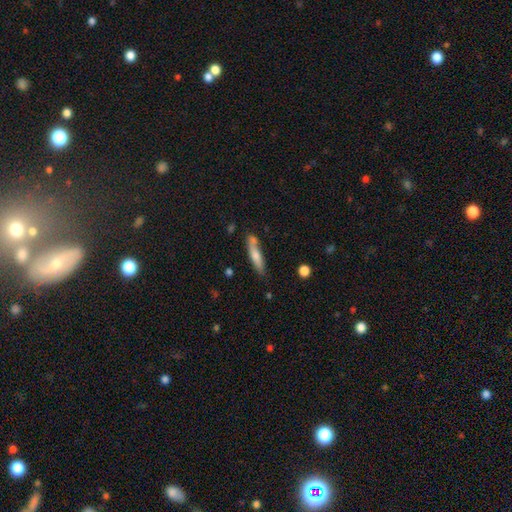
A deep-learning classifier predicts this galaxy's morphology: This is likely a smooth galaxy (66%). How rounded: clearly cigar-shaped (84%). Merging: likely none (66%).